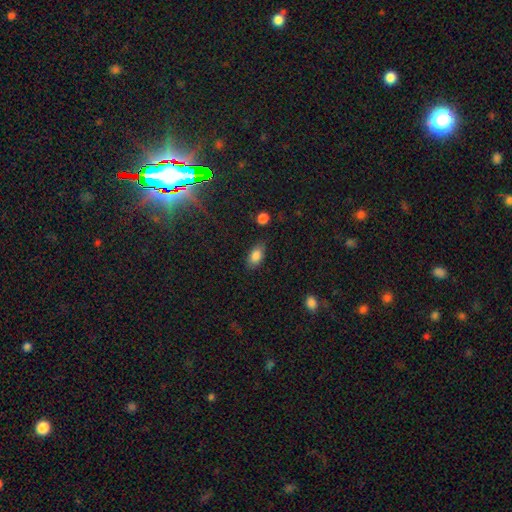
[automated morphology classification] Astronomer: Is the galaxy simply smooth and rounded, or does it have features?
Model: smooth — 85%.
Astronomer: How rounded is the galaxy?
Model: in between — 90%.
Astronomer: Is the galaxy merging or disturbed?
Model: none — 78%.